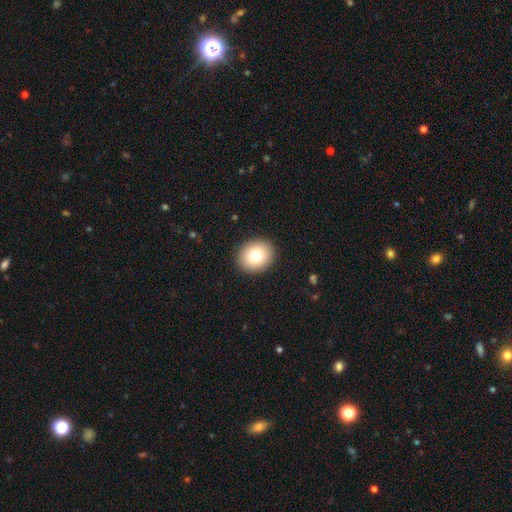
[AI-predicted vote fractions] Morphology: type=smooth (78%); roundness=round (68%); merging=none (92%).